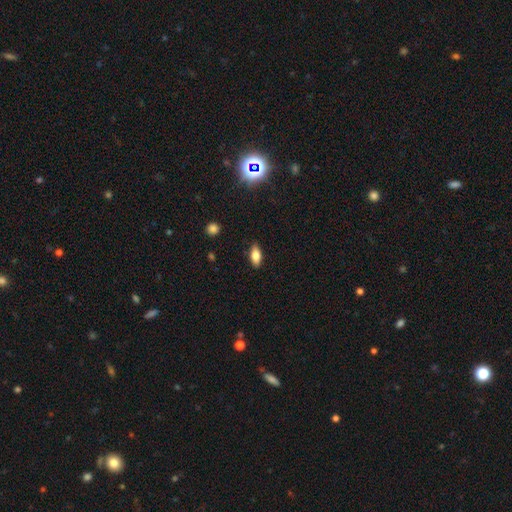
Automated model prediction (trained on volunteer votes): Q: Smooth or featured?
A: smooth (76%); runner-up: featured or disk (17%)
Q: How rounded?
A: in between (84%); runner-up: cigar-shaped (13%)
Q: Merging?
A: none (87%); runner-up: minor disturbance (10%)